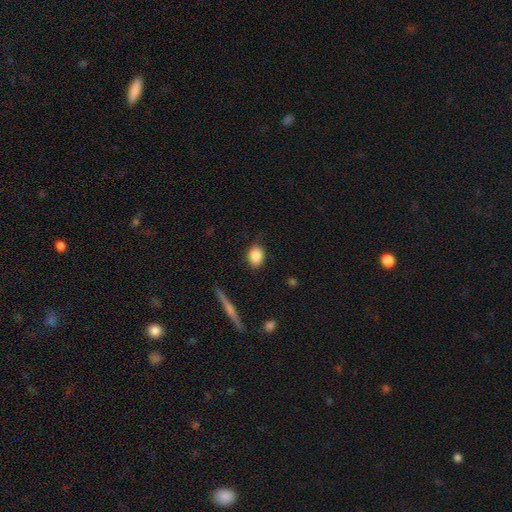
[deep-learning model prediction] smooth_or_featured: smooth (p=0.86) [alt: star or artifact p=0.08]
how_rounded: in between (p=0.65) [alt: round p=0.33]
merging: none (p=0.80) [alt: minor disturbance p=0.15]